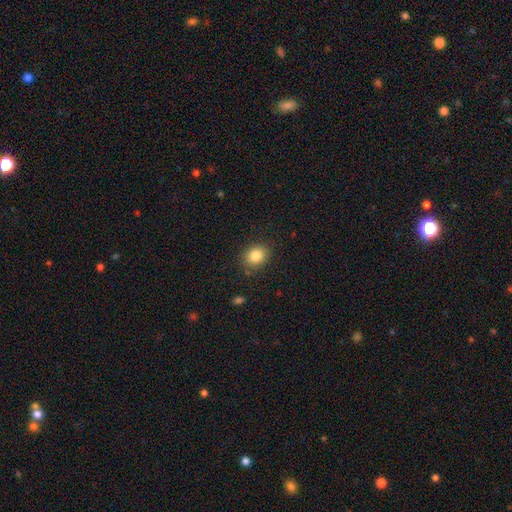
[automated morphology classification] A smooth galaxy with no disk features (83%) that is round (52%). Merging: none (84%).